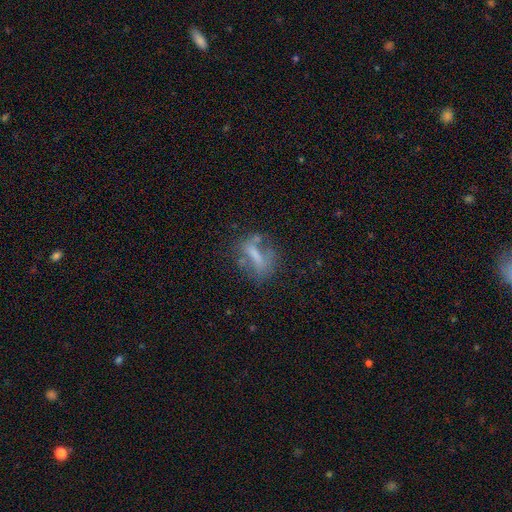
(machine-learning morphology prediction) Overall: smooth (44%; featured or disk 43%). Merging: none (46%; minor disturbance 22%).